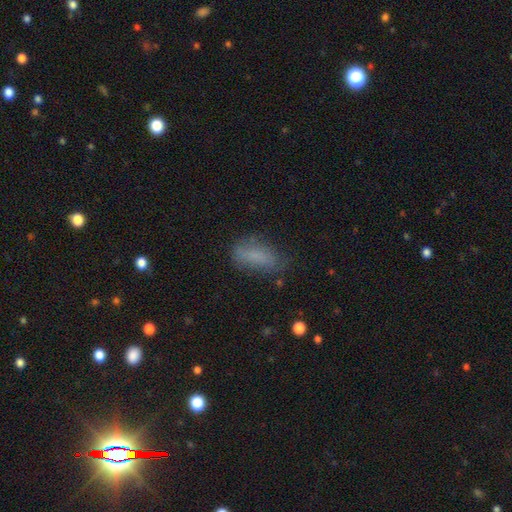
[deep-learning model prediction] smooth-or-featured: smooth: 76% | featured or disk: 13% | star or artifact: 11%
  how-rounded: in between: 77% | cigar-shaped: 19% | round: 3%
  merging: none: 64% | minor disturbance: 24% | major disturbance: 9% | merger: 2%